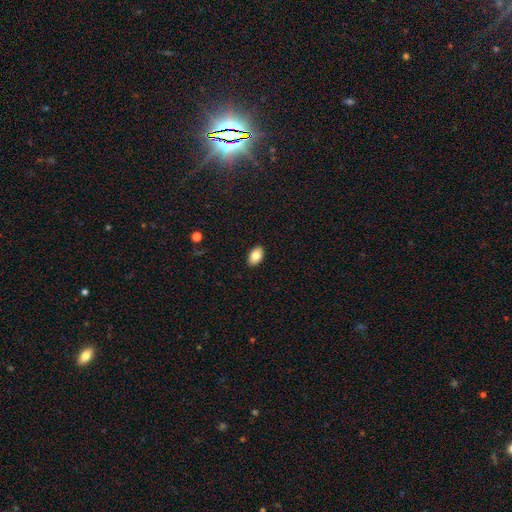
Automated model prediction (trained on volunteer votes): Smooth or featured: smooth — 83% (featured or disk — 9%)
How rounded: in between — 91% (round — 7%)
Merging: none — 90% (minor disturbance — 7%)